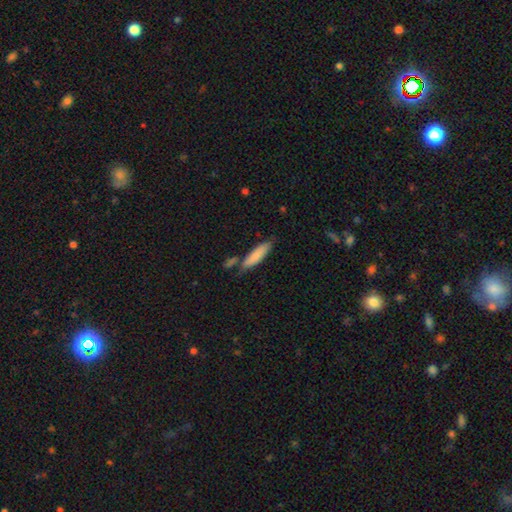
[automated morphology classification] smooth-or-featured: smooth: 82% | featured or disk: 12% | star or artifact: 6%
  how-rounded: cigar-shaped: 67% | in between: 31% | round: 2%
  merging: none: 64% | minor disturbance: 17% | merger: 14% | major disturbance: 5%